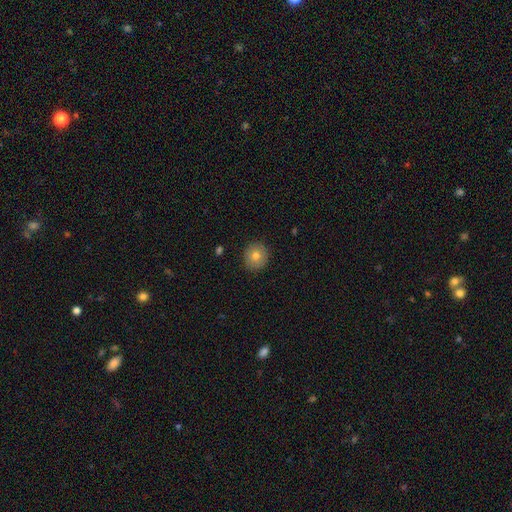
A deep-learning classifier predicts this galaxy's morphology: A smooth galaxy with no disk features (77%) that is round (91%). Merging: none (91%).